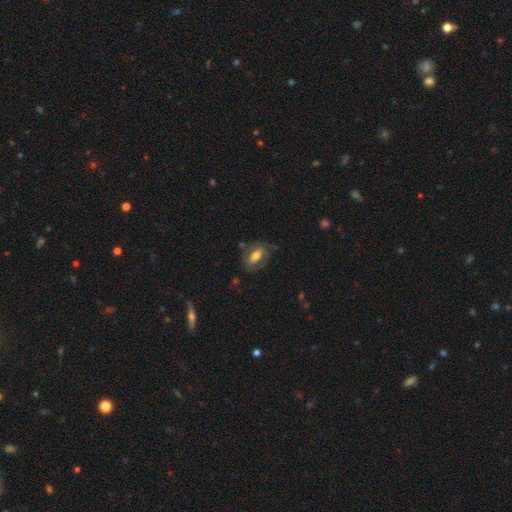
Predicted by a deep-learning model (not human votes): Overall: smooth (49%; featured or disk 44%). Merging: none (62%).